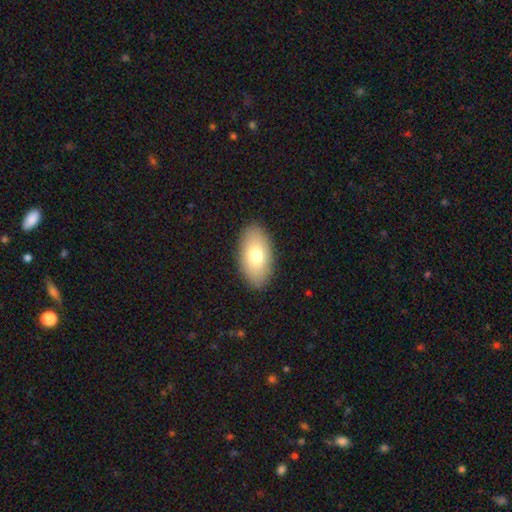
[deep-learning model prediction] smooth_or_featured: smooth (p=0.74) [alt: featured or disk p=0.19]
how_rounded: in between (p=0.93) [alt: round p=0.05]
merging: none (p=0.88) [alt: minor disturbance p=0.08]